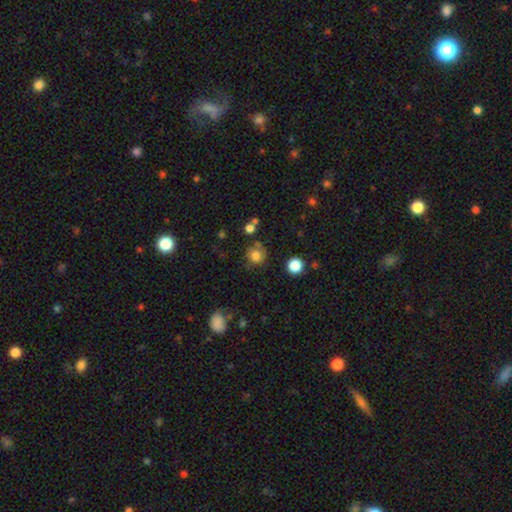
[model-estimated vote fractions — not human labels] smooth_or_featured: smooth (p=0.78) [alt: star or artifact p=0.13]
how_rounded: round (p=0.86) [alt: in between p=0.13]
merging: none (p=0.67) [alt: minor disturbance p=0.18]